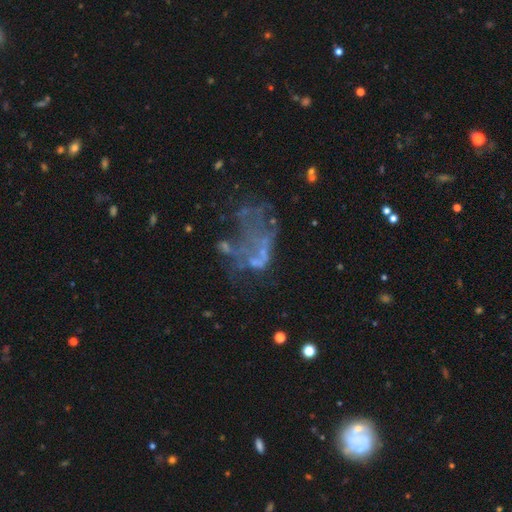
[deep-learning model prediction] smooth-or-featured: featured or disk: 59% | star or artifact: 23% | smooth: 18%
  disk-edge-on: no: 98% | yes: 2%
    bar: no: 92% | weak: 5% | strong: 2%
    has-spiral-arms: no: 94% | yes: 6%
    bulge-size: none: 80% | small: 12% | moderate: 6% | large: 2% | dominant: 1%
  merging: major disturbance: 39% | none: 29% | merger: 19% | minor disturbance: 13%